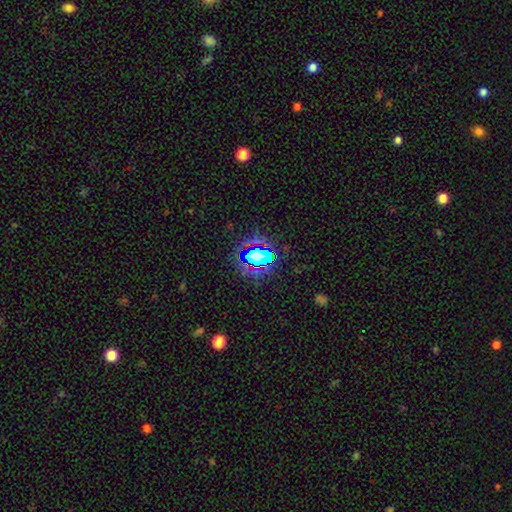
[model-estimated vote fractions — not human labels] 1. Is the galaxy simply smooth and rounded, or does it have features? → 58% star or artifact, 29% smooth, 13% featured or disk.